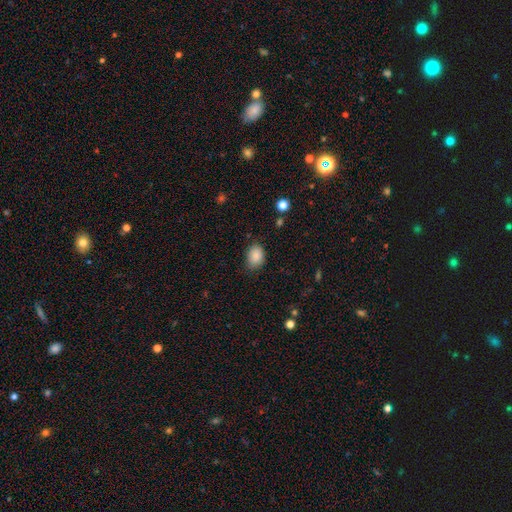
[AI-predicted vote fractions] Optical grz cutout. It shows a smooth galaxy with no disk features (88%) that is in between round and cigar-shaped (74%). Merging: none (77%).